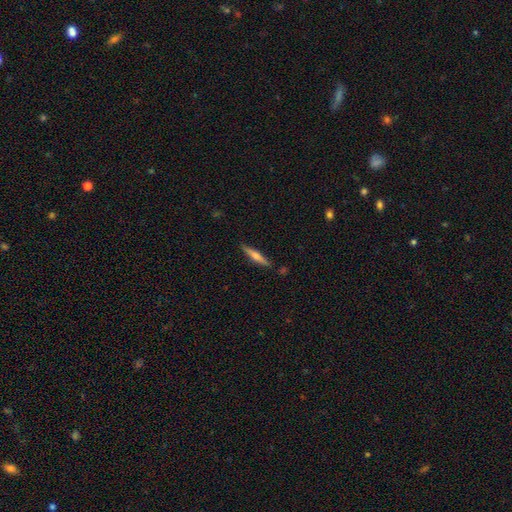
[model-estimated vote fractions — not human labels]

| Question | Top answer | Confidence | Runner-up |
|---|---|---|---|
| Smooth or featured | featured or disk | 53% | smooth (41%) |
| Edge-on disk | yes | 97% | no (3%) |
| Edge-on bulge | rounded | 79% | none (12%) |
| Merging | none | 88% | minor disturbance (8%) |